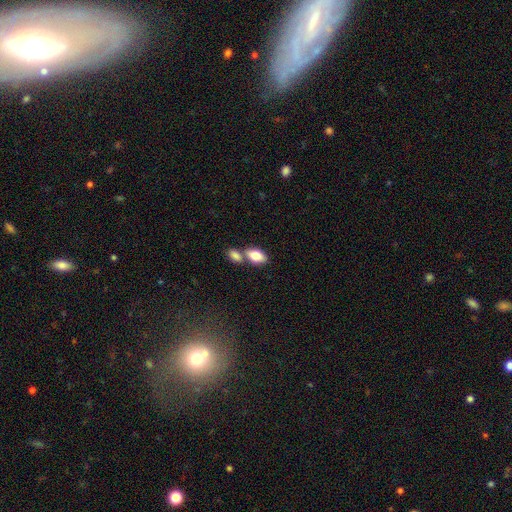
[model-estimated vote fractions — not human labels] This is clearly a smooth galaxy (80%). How rounded: clearly in between (91%). Merging: possibly none (45%).